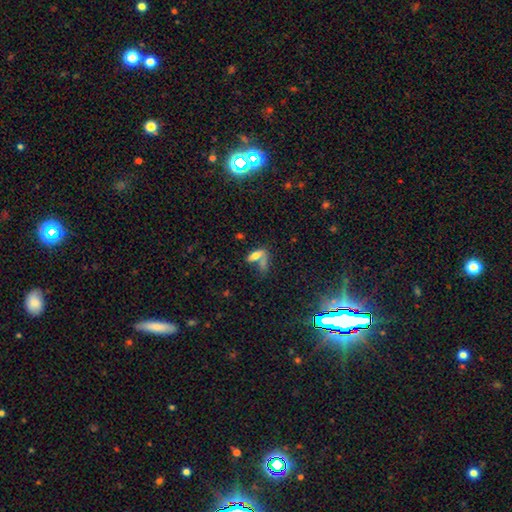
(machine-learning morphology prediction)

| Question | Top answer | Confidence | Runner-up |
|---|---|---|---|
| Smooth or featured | smooth | 63% | featured or disk (24%) |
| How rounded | in between | 62% | cigar-shaped (33%) |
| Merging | none | 38% | tied: merger (38%) |